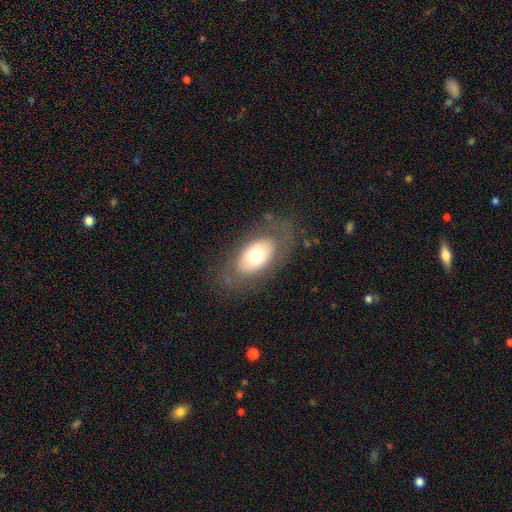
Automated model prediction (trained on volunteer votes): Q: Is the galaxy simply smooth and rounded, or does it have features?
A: smooth — 64%.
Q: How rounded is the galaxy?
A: in between — 91%.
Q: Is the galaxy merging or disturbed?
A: none — 76%.